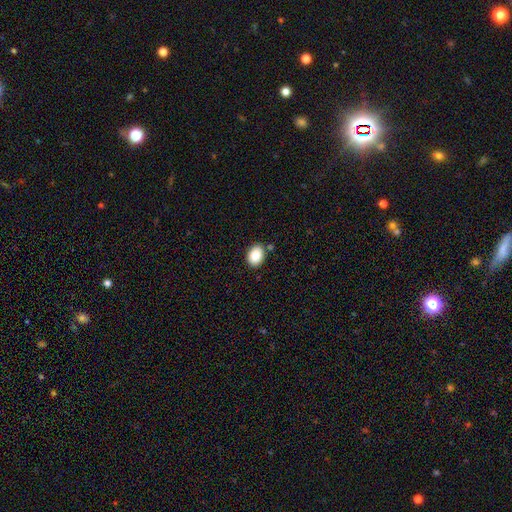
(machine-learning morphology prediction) Q: Smooth or featured?
A: smooth (88%); runner-up: star or artifact (8%)
Q: How rounded?
A: in between (74%); runner-up: round (25%)
Q: Merging?
A: none (83%); runner-up: minor disturbance (10%)